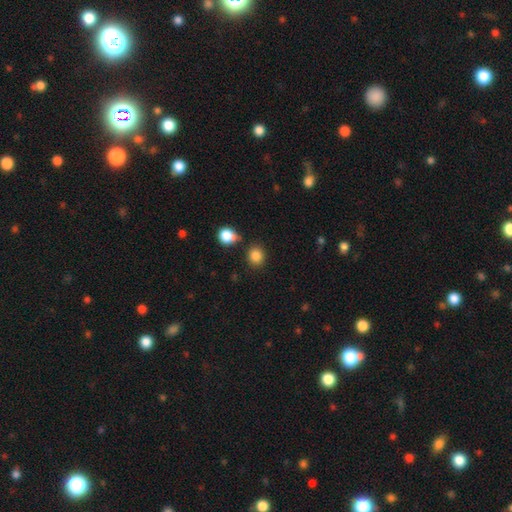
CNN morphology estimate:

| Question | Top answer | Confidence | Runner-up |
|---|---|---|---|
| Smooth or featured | smooth | 84% | star or artifact (11%) |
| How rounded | round | 73% | in between (26%) |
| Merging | none | 79% | minor disturbance (11%) |